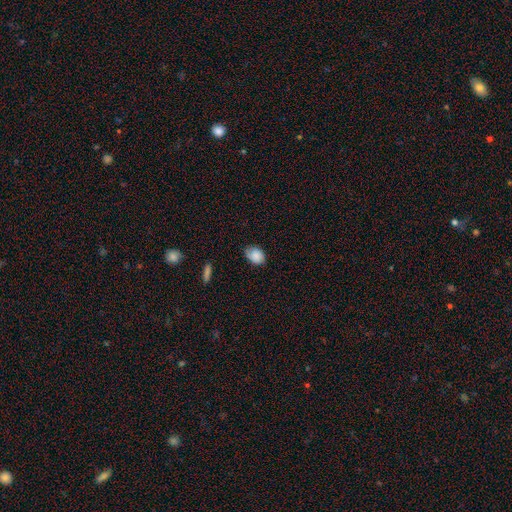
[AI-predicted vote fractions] Overall: smooth (84%). How rounded: in between (64%; round 35%). Merging: none (66%; minor disturbance 28%).